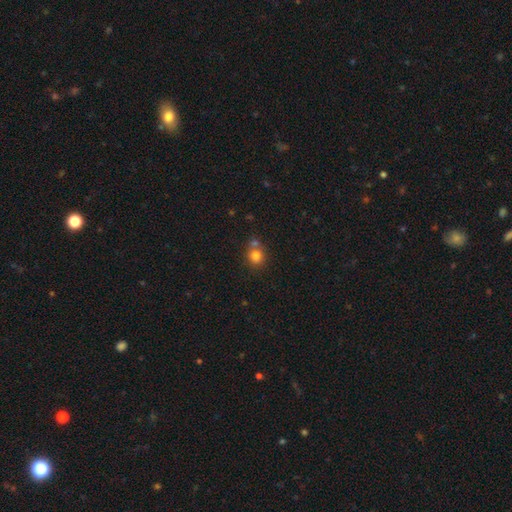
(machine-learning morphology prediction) Smooth or featured? smooth (80%)
How rounded? round (81%)
Merging? none (58%)